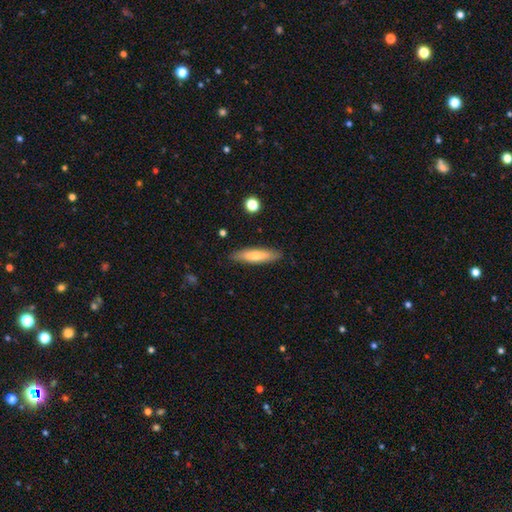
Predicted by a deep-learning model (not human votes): Smooth or featured? Predicted: smooth (p=0.70). How rounded? Predicted: cigar-shaped (p=0.77). Merging? Predicted: none (p=0.86).